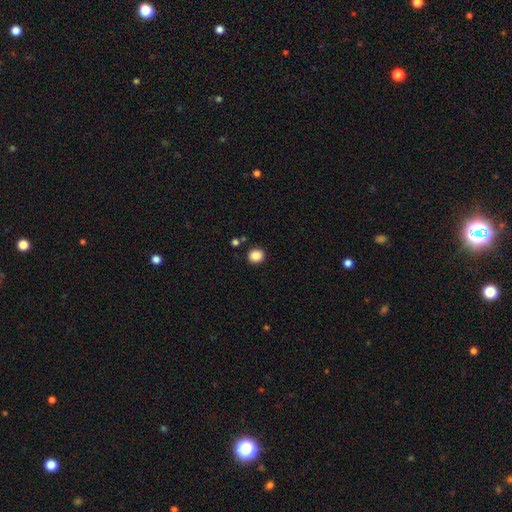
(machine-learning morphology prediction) This is clearly a smooth galaxy (87%). How rounded: clearly round (83%). Merging: clearly none (88%).